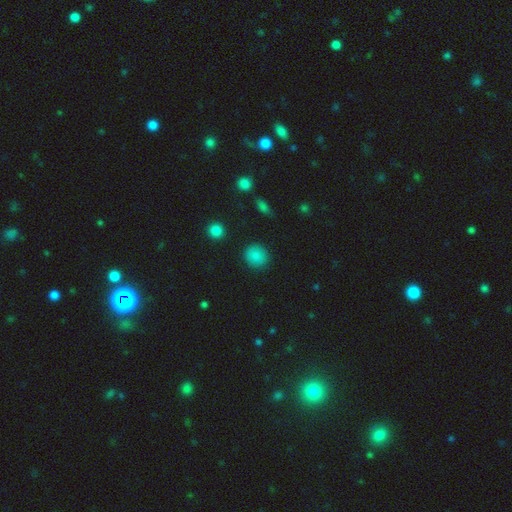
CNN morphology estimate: Smooth or featured? Predicted: smooth (p=0.85). How rounded? Predicted: round (p=0.85). Merging? Predicted: none (p=0.89).